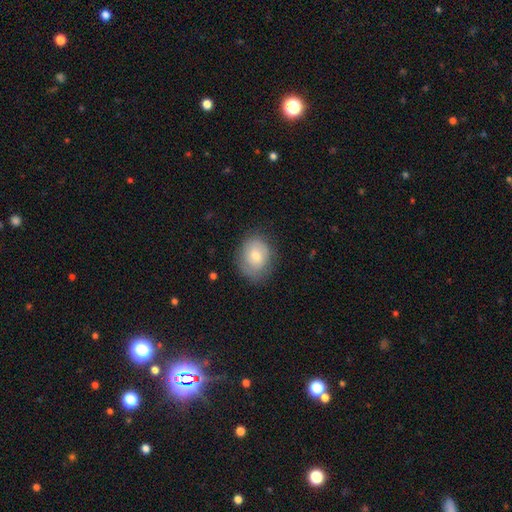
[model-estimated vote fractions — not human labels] smooth-or-featured: smooth: 68% | featured or disk: 25% | star or artifact: 8%
  how-rounded: in between: 56% | round: 43% | cigar-shaped: 1%
  merging: none: 73% | minor disturbance: 20% | major disturbance: 6% | merger: 1%